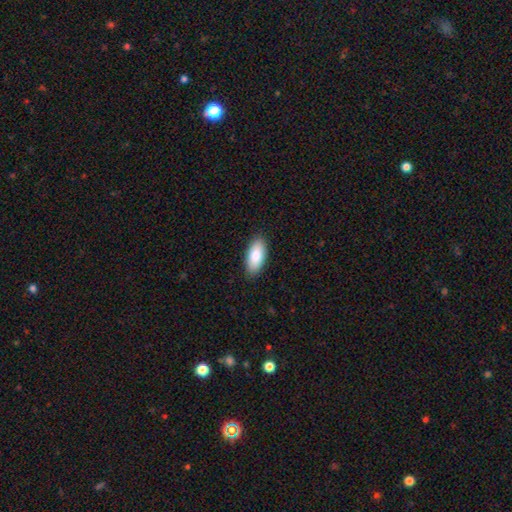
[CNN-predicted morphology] Smooth or featured? smooth (86%)
How rounded? in between (90%)
Merging? none (89%)